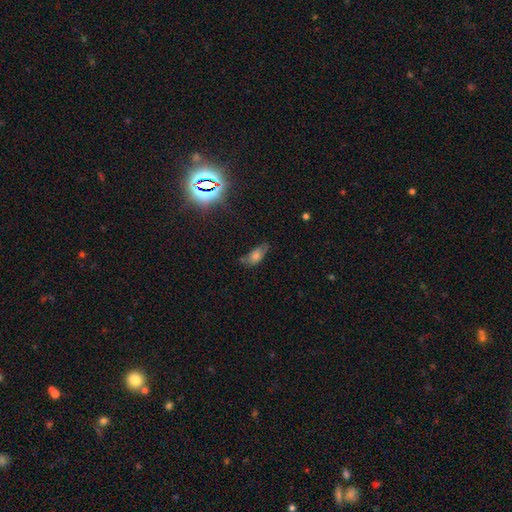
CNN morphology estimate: A smooth galaxy with no disk features (60%) that is in between round and cigar-shaped (83%).

Vote fractions:
- Smooth or featured? smooth: 60% / featured or disk: 22% / star or artifact: 18%
- How rounded? in between: 83% / cigar-shaped: 11% / round: 6%
- Merging? none: 50% / minor disturbance: 33% / major disturbance: 13% / merger: 4%